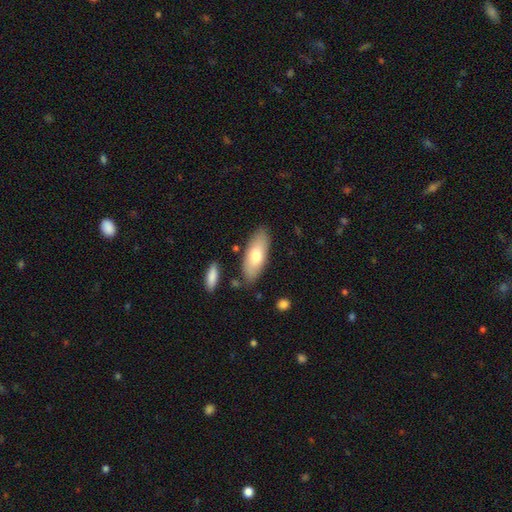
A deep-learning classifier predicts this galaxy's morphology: smooth 72%, featured or disk 22%, star or artifact 6%. Down the decision tree: how rounded — in between (77%); merging — none (80%).